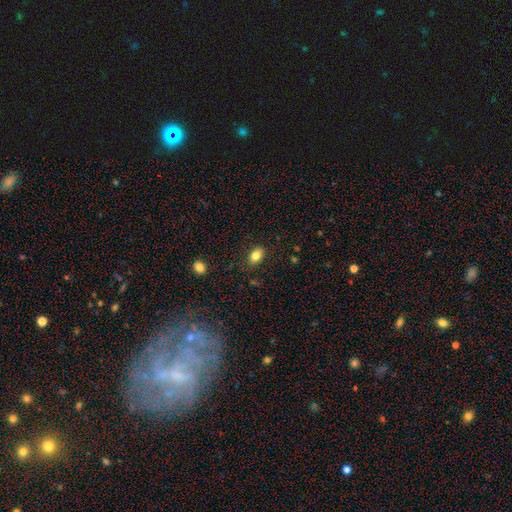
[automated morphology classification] smooth_or_featured: smooth (p=0.83) [alt: star or artifact p=0.09]
how_rounded: in between (p=0.86) [alt: round p=0.13]
merging: none (p=0.85) [alt: minor disturbance p=0.11]